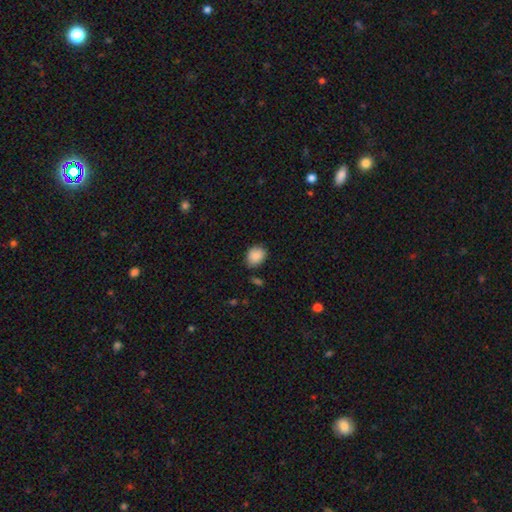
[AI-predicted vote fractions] Q: Smooth or featured?
A: smooth (86%); runner-up: star or artifact (8%)
Q: How rounded?
A: round (53%); runner-up: in between (46%)
Q: Merging?
A: none (77%); runner-up: minor disturbance (17%)